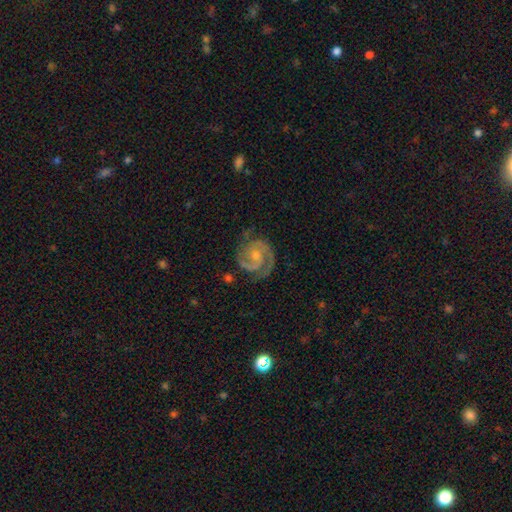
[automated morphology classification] Smooth or featured? Predicted: featured or disk (p=0.91). Edge-on disk? Predicted: no (p=0.98). Bar? Predicted: no (p=0.61). Spiral arms? Predicted: yes (p=0.98). Spiral winding? Predicted: tight (p=0.58). Spiral arm count? Predicted: 2 (p=0.85). Bulge size? Predicted: small (p=0.57). Merging? Predicted: none (p=0.79).